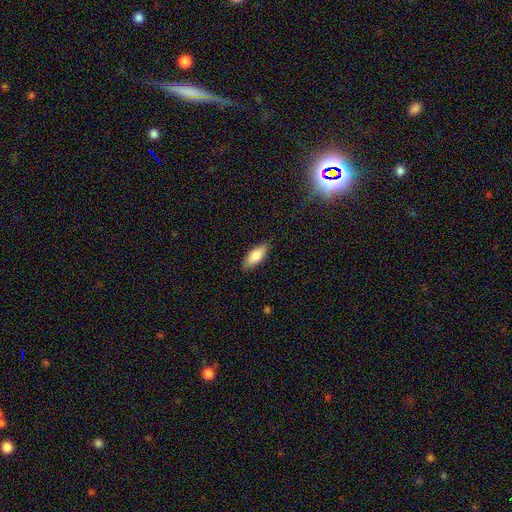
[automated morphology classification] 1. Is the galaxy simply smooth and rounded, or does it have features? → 79% smooth, 15% featured or disk, 6% star or artifact.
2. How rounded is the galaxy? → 75% in between, 22% cigar-shaped, 2% round.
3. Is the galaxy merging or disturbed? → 87% none, 10% minor disturbance, 2% major disturbance, 1% merger.